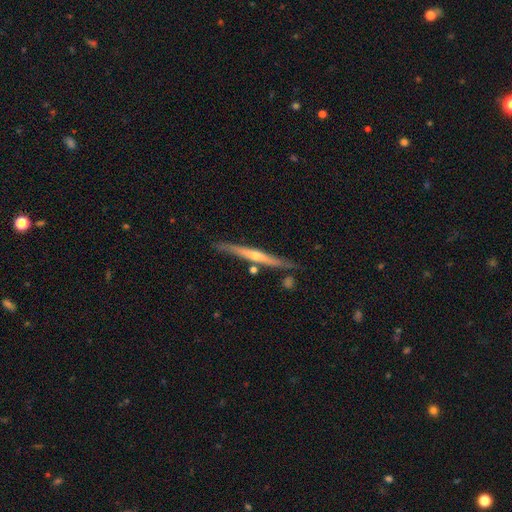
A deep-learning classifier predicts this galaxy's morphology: Overall: featured or disk (74%). Edge-on disk: yes (97%). Edge-on bulge: rounded (68%). Merging: none (83%).